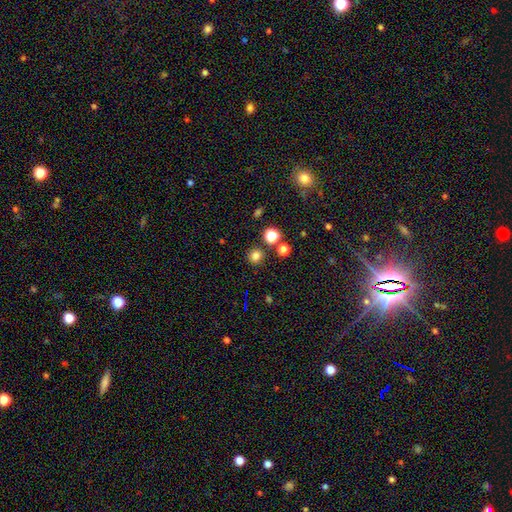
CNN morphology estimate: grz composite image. It shows a smooth galaxy with no disk features (78%) that is round (93%). Merging: none (86%).